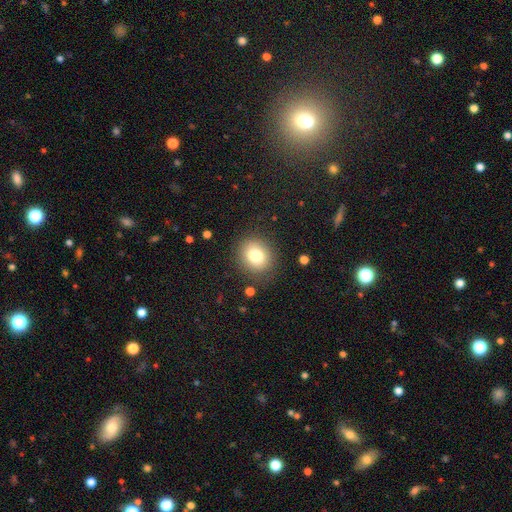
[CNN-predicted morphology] The model was most divided on "how rounded": round: 76%, in between: 24%, cigar-shaped: 1%. More confident: merging — none (85%); smooth or featured — smooth (79%).